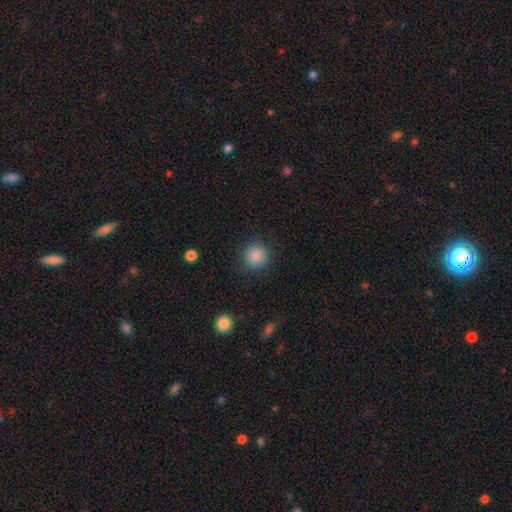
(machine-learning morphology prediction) Q: Smooth or featured?
A: smooth (87%); runner-up: star or artifact (10%)
Q: How rounded?
A: round (94%); runner-up: in between (5%)
Q: Merging?
A: none (88%); runner-up: minor disturbance (8%)